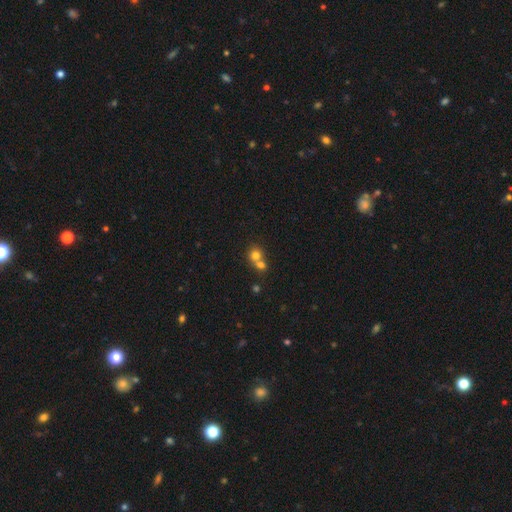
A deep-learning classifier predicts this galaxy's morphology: smooth 75%, star or artifact 13%, featured or disk 12%. Down the decision tree: how rounded — round (84%); merging — merger (58%).